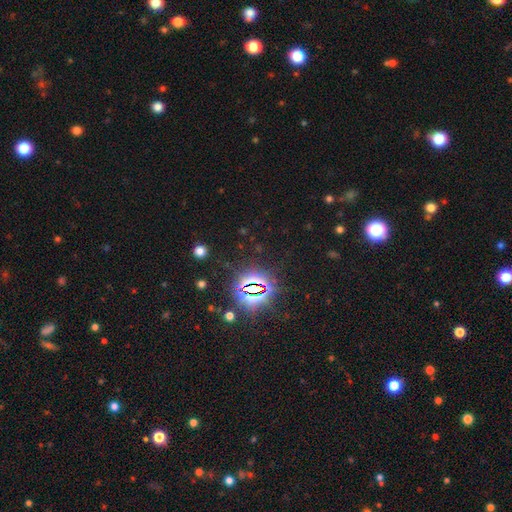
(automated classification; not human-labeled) Q: Smooth or featured?
A: star or artifact (82%); runner-up: smooth (11%)